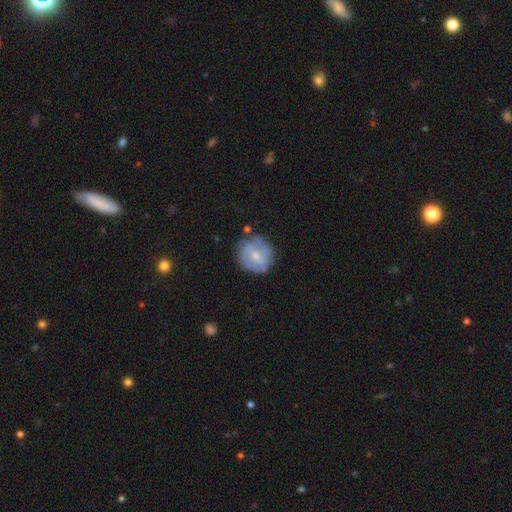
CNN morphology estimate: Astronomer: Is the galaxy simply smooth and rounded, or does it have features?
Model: smooth — 51% (runner-up: featured or disk, 42%).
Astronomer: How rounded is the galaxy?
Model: round — 86%.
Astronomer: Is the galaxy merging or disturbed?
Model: none — 70%.